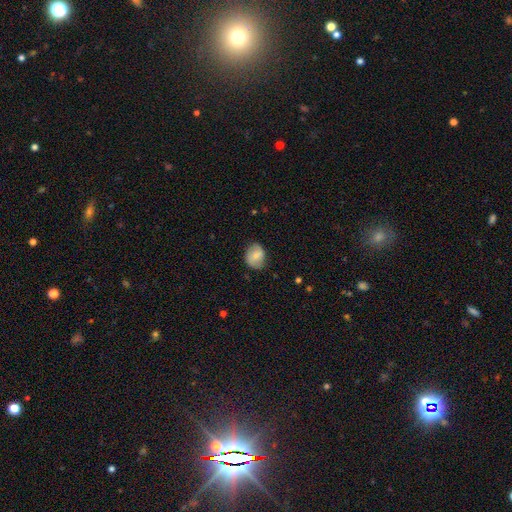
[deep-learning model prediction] A smooth galaxy with no disk features (55%) that is round (59%). Merging: none (76%).